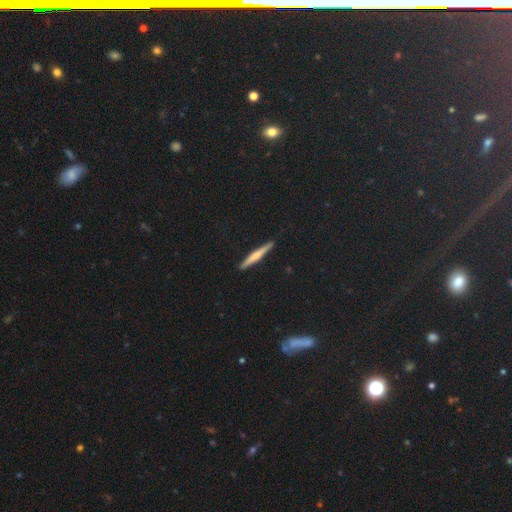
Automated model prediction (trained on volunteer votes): A featured or disk galaxy (51%) viewed edge-on (97%).

Vote fractions:
- Smooth or featured? featured or disk: 51% / smooth: 41% / star or artifact: 8%
- Edge-on disk? yes: 97% / no: 3%
- Merging? none: 92% / minor disturbance: 6% / major disturbance: 1% / merger: 1%